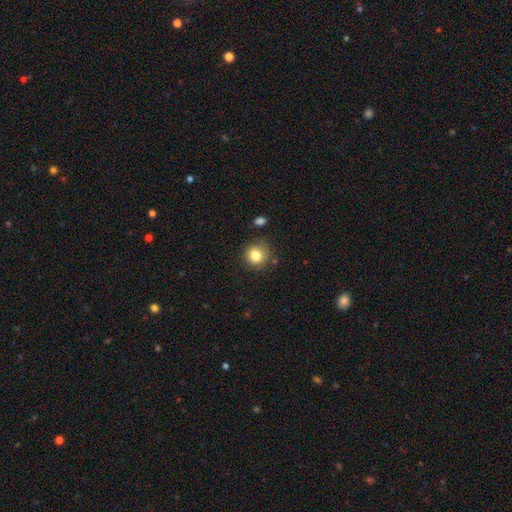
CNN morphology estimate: This appears to be a smooth galaxy with no disk features (82%) that is round (88%). Merging: none (79%).